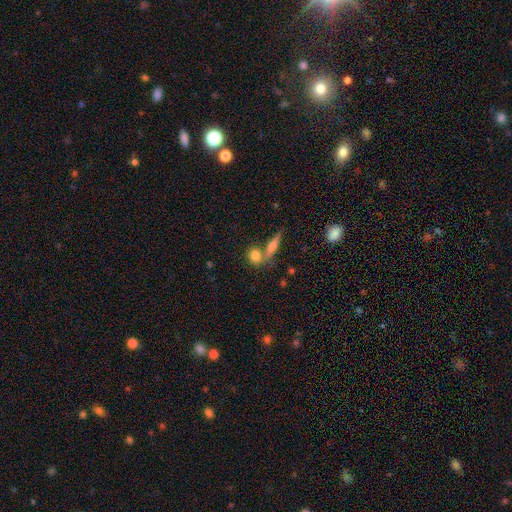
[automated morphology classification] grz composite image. It shows a smooth galaxy with no disk features (76%) that is round (45%). Merging: none (55%).